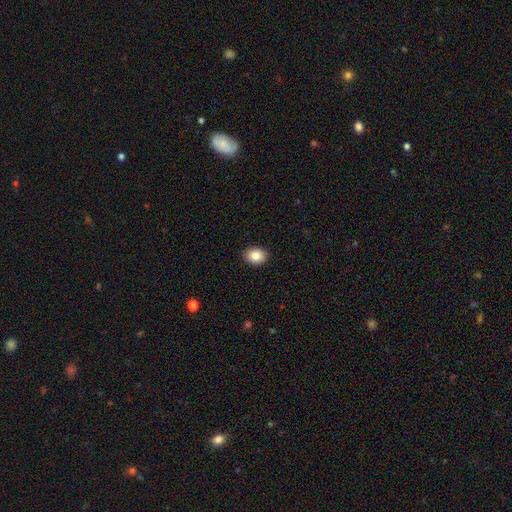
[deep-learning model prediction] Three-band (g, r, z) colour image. It shows a smooth galaxy with no disk features (85%) that is in between round and cigar-shaped (60%). Merging: none (90%).